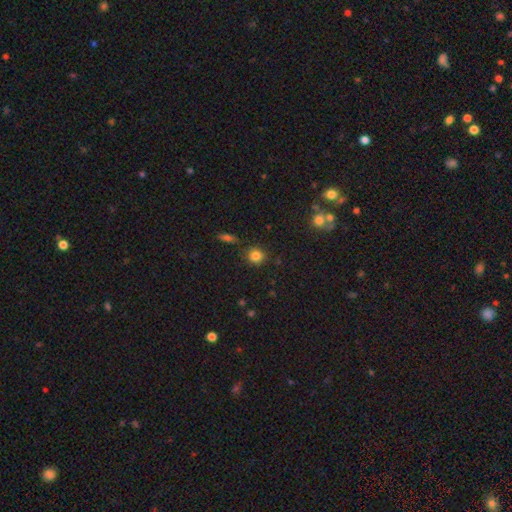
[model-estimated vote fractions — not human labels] Morphology: type=smooth (82%); roundness=round (85%); merging=none (83%).